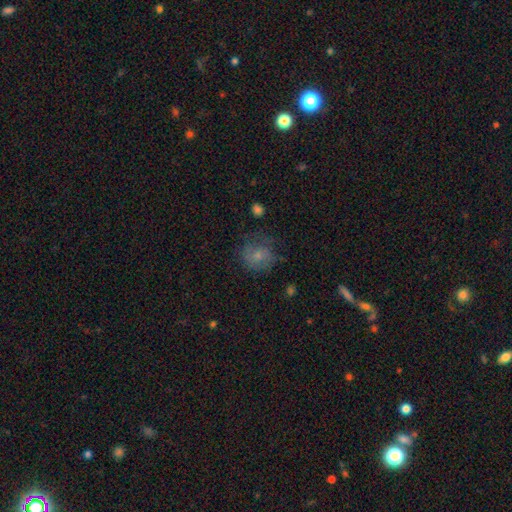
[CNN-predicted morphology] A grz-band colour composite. It shows a smooth galaxy with no disk features (68%) that is round (78%). Merging: none (58%).